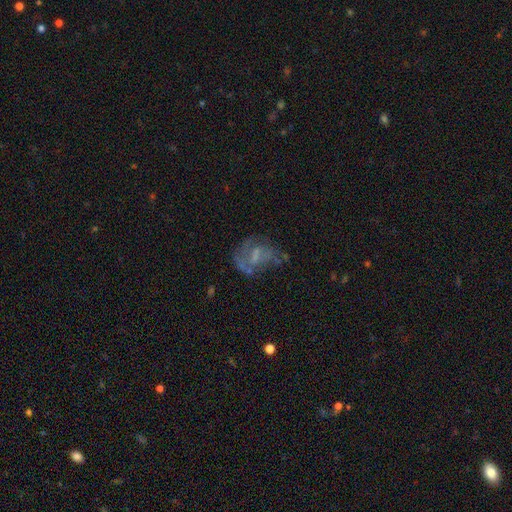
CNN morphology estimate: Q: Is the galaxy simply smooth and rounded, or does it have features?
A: featured or disk — 59%.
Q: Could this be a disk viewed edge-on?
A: no — 97%.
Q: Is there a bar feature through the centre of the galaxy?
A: no — 51%.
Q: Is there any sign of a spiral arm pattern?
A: no — 51%.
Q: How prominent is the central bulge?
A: none — 47%.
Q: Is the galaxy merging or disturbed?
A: none — 40%.